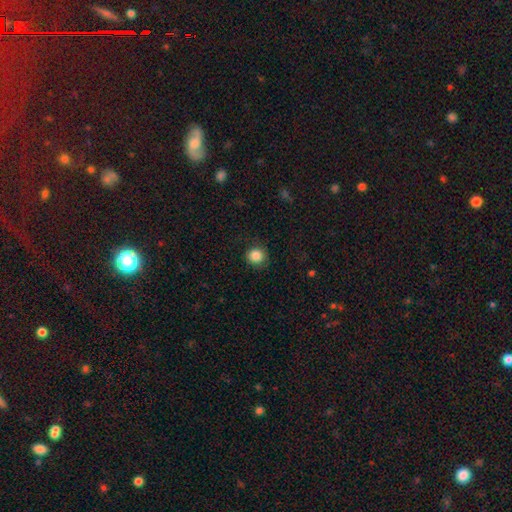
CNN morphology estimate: Q: Smooth or featured?
A: smooth (86%); runner-up: star or artifact (9%)
Q: How rounded?
A: round (88%); runner-up: in between (11%)
Q: Merging?
A: none (83%); runner-up: minor disturbance (12%)